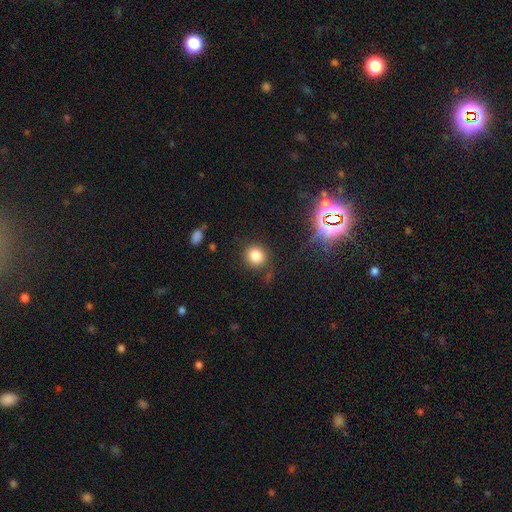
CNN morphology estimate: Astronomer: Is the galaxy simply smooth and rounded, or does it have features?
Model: smooth — 80%.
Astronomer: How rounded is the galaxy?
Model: round — 86%.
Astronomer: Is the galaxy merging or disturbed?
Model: none — 83%.